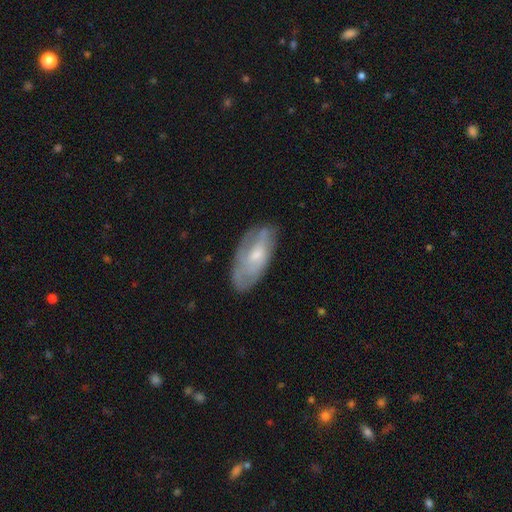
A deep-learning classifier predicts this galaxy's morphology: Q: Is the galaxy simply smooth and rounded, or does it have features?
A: featured or disk — 50%.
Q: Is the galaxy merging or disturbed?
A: none — 68%.